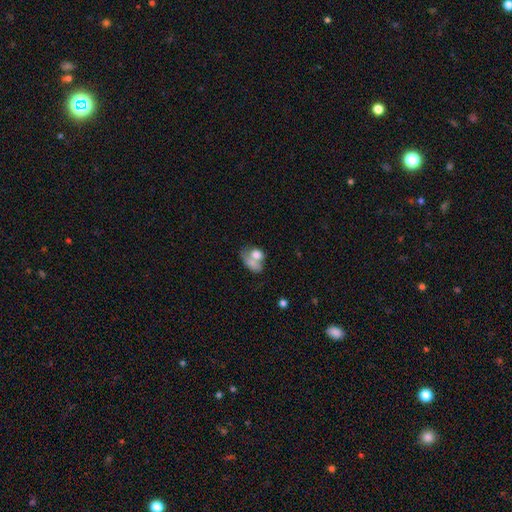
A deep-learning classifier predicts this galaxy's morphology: smooth_or_featured: smooth (p=0.69) [alt: featured or disk p=0.21]
how_rounded: in between (p=0.69) [alt: round p=0.29]
merging: merger (p=0.56) [alt: none p=0.20]